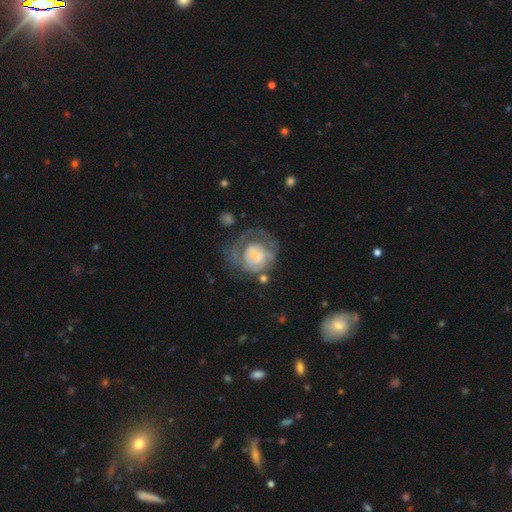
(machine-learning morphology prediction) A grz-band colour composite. It shows a featured or disk galaxy (69%) with no bar (45%), spiral arms (74%) and a small central bulge (43%). Merging: none (38%).